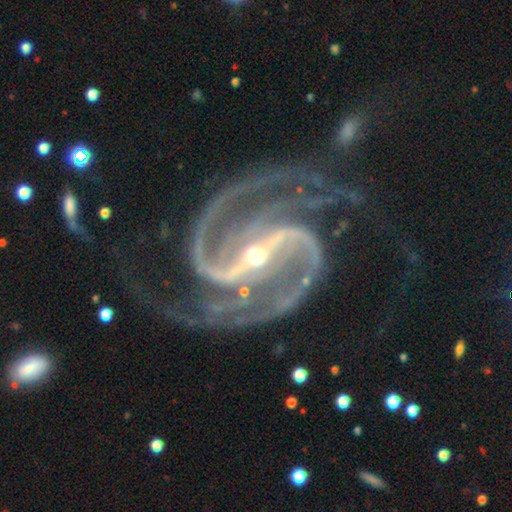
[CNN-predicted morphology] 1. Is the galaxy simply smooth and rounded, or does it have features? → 95% featured or disk, 4% star or artifact, 1% smooth.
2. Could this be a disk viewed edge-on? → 98% no, 2% yes.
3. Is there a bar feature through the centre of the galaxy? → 73% strong, 20% weak, 7% no.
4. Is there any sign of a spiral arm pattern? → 99% yes, 1% no.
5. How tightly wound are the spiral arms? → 61% medium, 27% tight, 12% loose.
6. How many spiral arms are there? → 72% 2, 13% 3, 4% 4, 4% can't tell, 3% more than 4, 3% 1.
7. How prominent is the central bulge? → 60% small, 37% moderate, 2% large, 1% none, 1% dominant.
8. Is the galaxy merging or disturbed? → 64% none, 19% minor disturbance, 14% major disturbance, 3% merger.